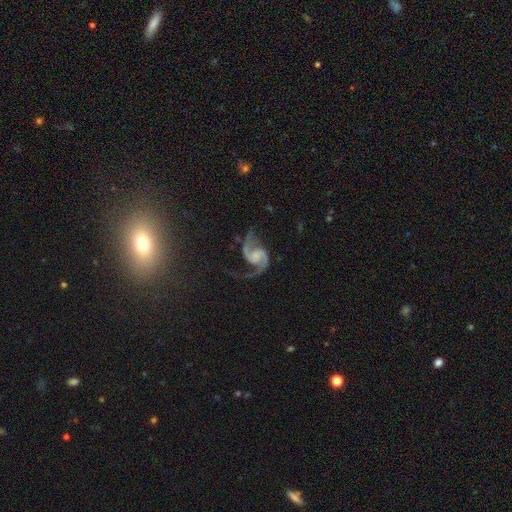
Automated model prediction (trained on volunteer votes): smooth_or_featured: featured or disk (p=0.92) [alt: star or artifact p=0.05]
disk_edge_on: no (p=0.98) [alt: yes p=0.02]
bar: no (p=0.59) [alt: weak p=0.33]
has_spiral_arms: yes (p=0.98) [alt: no p=0.02]
spiral_winding: medium (p=0.47) [alt: loose p=0.44]
spiral_arm_count: 2 (p=0.94) [alt: 1 p=0.02]
bulge_size: none (p=0.50) [alt: small p=0.25]
merging: none (p=0.68) [alt: minor disturbance p=0.16]